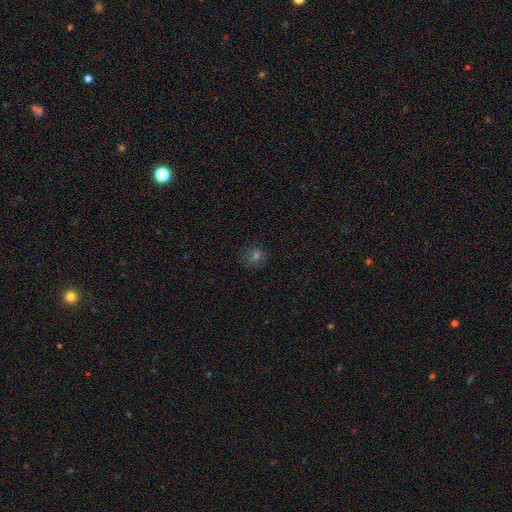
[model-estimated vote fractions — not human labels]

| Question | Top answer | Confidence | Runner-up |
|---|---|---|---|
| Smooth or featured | smooth | 64% | star or artifact (26%) |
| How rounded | round | 78% | in between (21%) |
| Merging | none | 83% | minor disturbance (12%) |